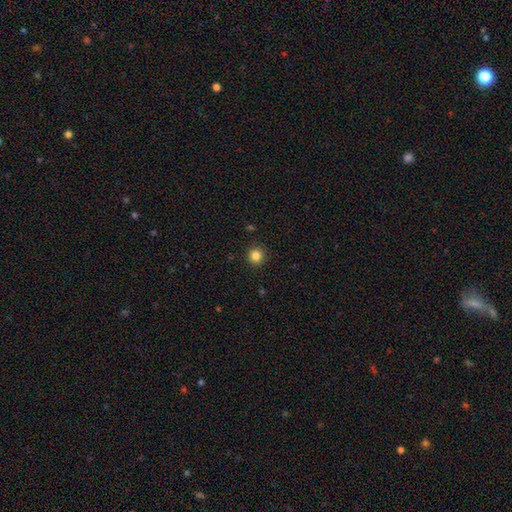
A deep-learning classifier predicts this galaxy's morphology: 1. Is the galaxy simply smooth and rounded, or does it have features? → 84% smooth, 11% star or artifact, 4% featured or disk.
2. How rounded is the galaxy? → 95% round, 4% in between, 1% cigar-shaped.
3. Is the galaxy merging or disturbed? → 92% none, 5% minor disturbance, 2% major disturbance, 1% merger.